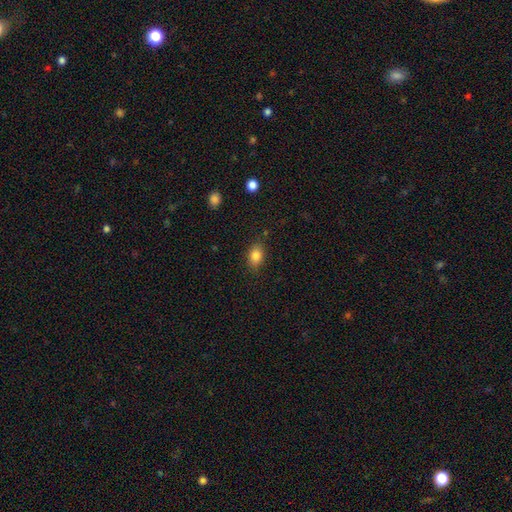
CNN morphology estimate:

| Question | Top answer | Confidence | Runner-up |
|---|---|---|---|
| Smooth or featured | smooth | 84% | star or artifact (9%) |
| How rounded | in between | 79% | round (18%) |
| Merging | none | 83% | minor disturbance (13%) |